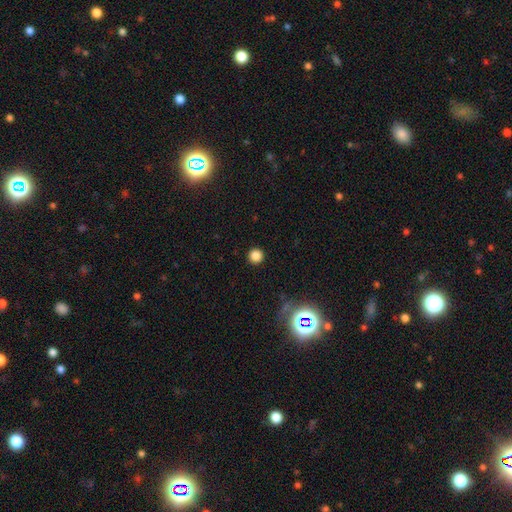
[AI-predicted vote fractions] Smooth or featured? Predicted: smooth (p=0.84). How rounded? Predicted: round (p=0.96). Merging? Predicted: none (p=0.93).